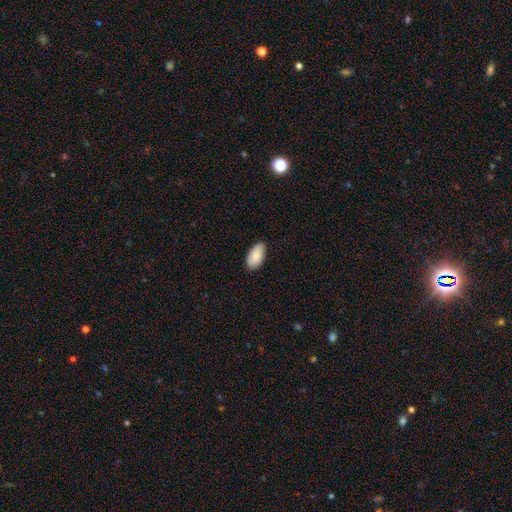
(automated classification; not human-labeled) This appears to be a smooth galaxy with no disk features (86%) that is in between round and cigar-shaped (95%). Merging: none (84%).